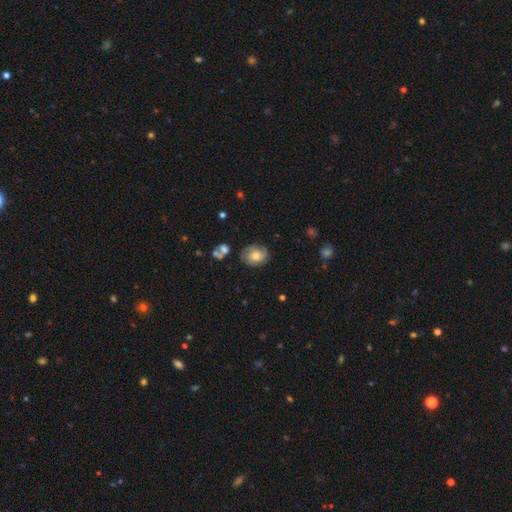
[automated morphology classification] smooth-or-featured: featured or disk: 50% | smooth: 41% | star or artifact: 9%
  merging: none: 73% | minor disturbance: 19% | major disturbance: 5% | merger: 3%